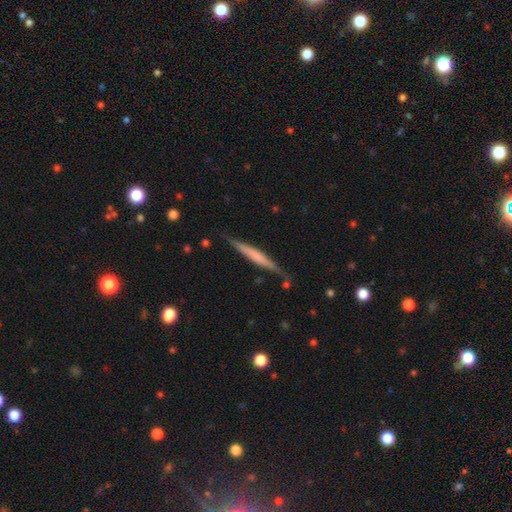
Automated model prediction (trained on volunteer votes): Smooth or featured? Predicted: featured or disk (p=0.53). Edge-on disk? Predicted: yes (p=0.96). Edge-on bulge? Predicted: none (p=0.55). Merging? Predicted: none (p=0.82).